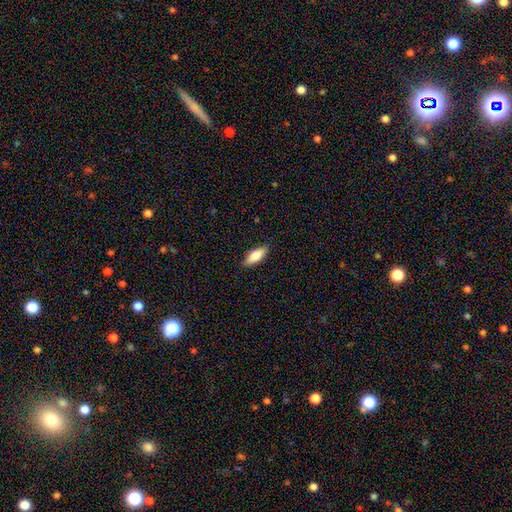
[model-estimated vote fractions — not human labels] A smooth galaxy with no disk features (81%) that is in between round and cigar-shaped (70%). Merging: none (88%).